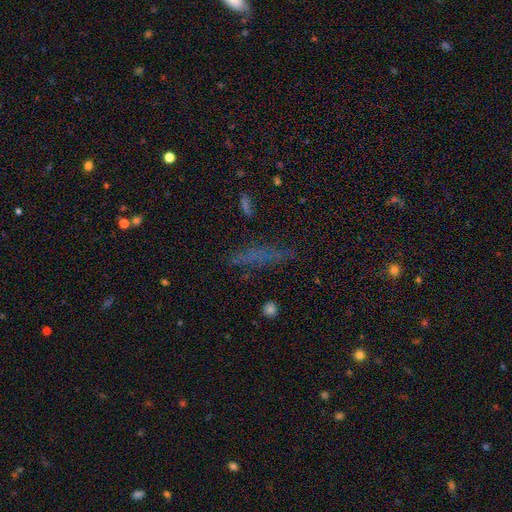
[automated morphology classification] A smooth galaxy with no disk features (51%) that is cigar-shaped (75%).

Vote fractions:
- Smooth or featured? smooth: 51% / star or artifact: 26% / featured or disk: 23%
- How rounded? cigar-shaped: 75% / in between: 20% / round: 5%
- Merging? none: 68% / minor disturbance: 18% / major disturbance: 10% / merger: 4%